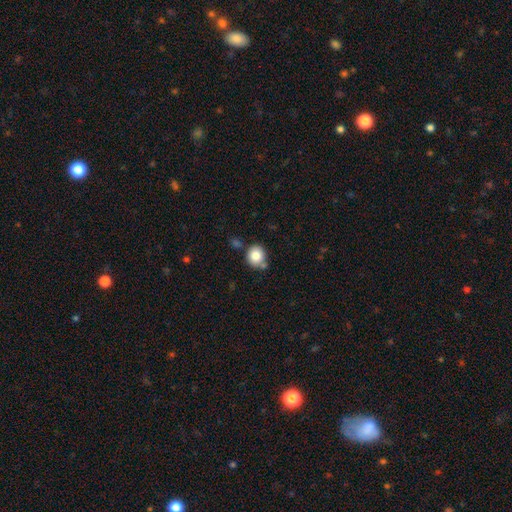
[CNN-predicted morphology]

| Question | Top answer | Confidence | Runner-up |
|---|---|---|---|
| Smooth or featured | smooth | 83% | star or artifact (9%) |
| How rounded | round | 80% | in between (19%) |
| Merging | none | 69% | minor disturbance (15%) |